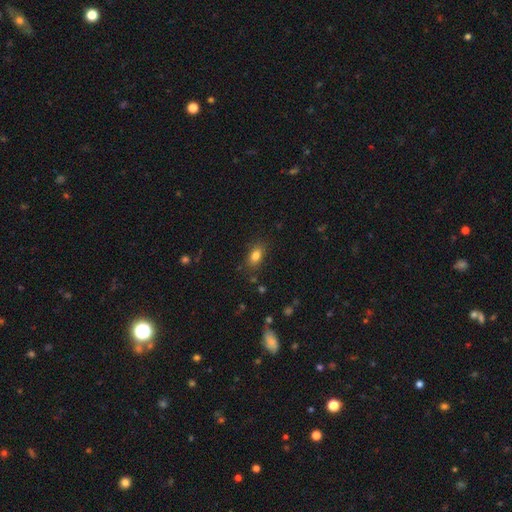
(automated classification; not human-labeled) Q: Smooth or featured?
A: smooth (81%); runner-up: star or artifact (11%)
Q: How rounded?
A: in between (83%); runner-up: round (13%)
Q: Merging?
A: none (83%); runner-up: minor disturbance (12%)